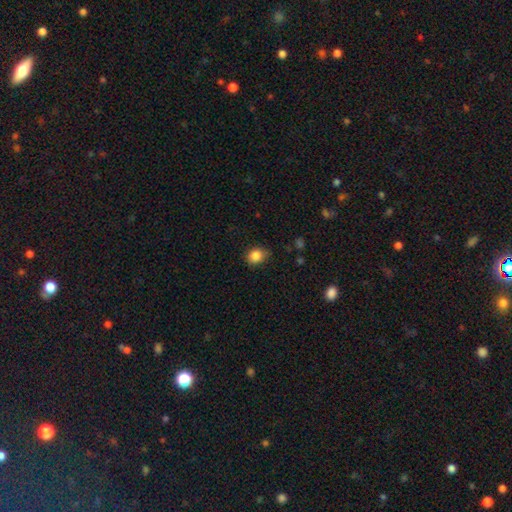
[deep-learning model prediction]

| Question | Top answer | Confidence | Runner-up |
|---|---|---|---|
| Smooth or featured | smooth | 85% | star or artifact (10%) |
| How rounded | round | 57% | in between (42%) |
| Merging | none | 74% | minor disturbance (21%) |